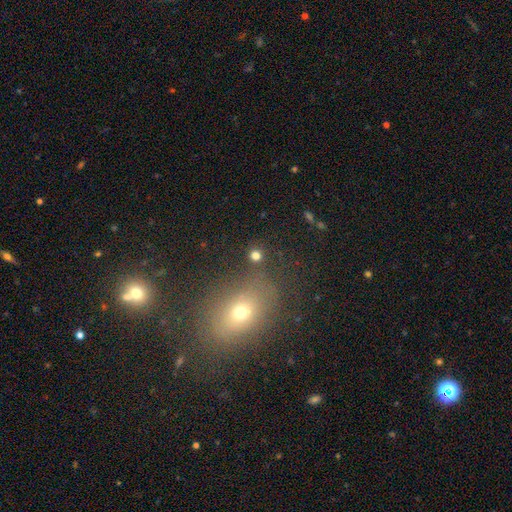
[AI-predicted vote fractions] smooth_or_featured: smooth (p=0.76) [alt: star or artifact p=0.17]
how_rounded: round (p=0.89) [alt: in between p=0.10]
merging: none (p=0.83) [alt: merger p=0.07]